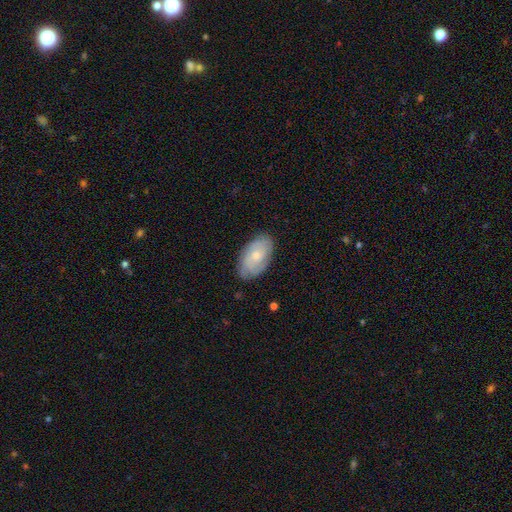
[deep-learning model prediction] Smooth or featured? featured or disk (50%)
Merging? none (77%)